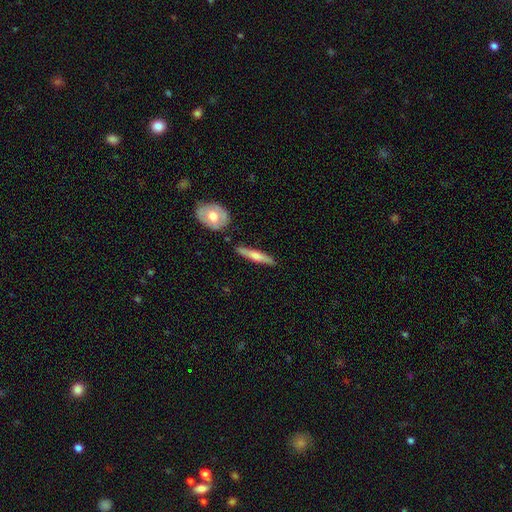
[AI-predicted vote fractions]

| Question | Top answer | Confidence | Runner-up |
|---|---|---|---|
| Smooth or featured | smooth | 52% | featured or disk (42%) |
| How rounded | cigar-shaped | 88% | in between (10%) |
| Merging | none | 83% | minor disturbance (11%) |